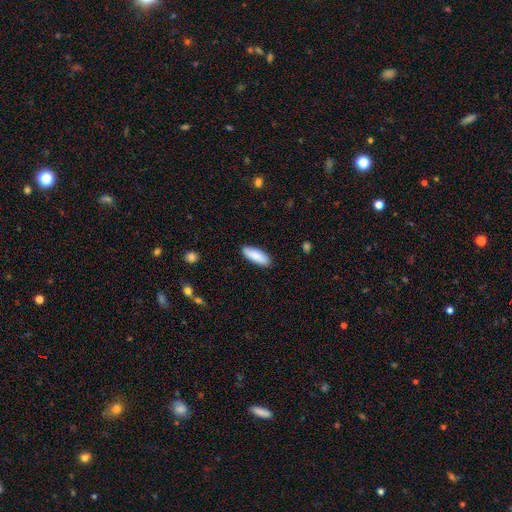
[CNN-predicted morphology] smooth 88%, featured or disk 7%, star or artifact 5%. Down the decision tree: how rounded — in between (63%); merging — none (88%).